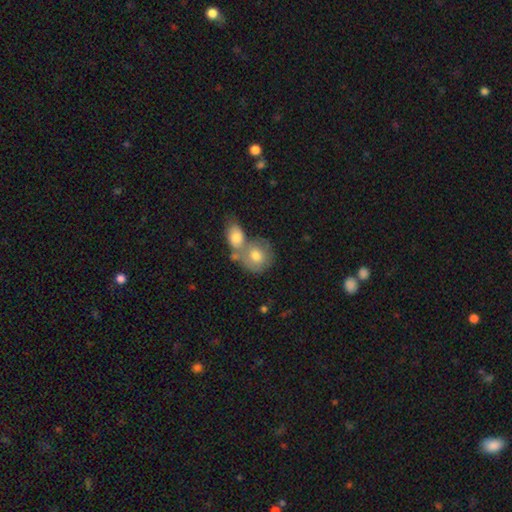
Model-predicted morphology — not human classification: type=smooth (65%); roundness=round (75%); merging=merger (55%).